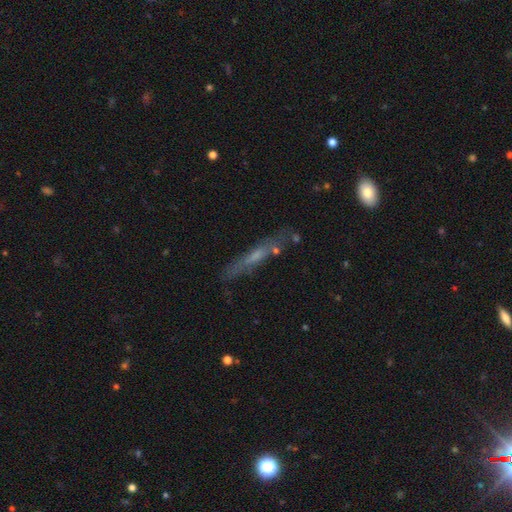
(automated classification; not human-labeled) The model was most divided on "smooth or featured": featured or disk: 53%, smooth: 31%, star or artifact: 16%. More confident: edge-on disk — yes (76%); merging — none (72%).